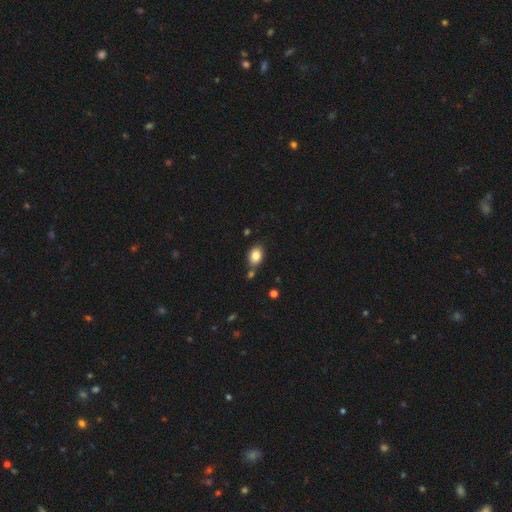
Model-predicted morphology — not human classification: Overall: smooth (84%). How rounded: in between (79%). Merging: none (73%).